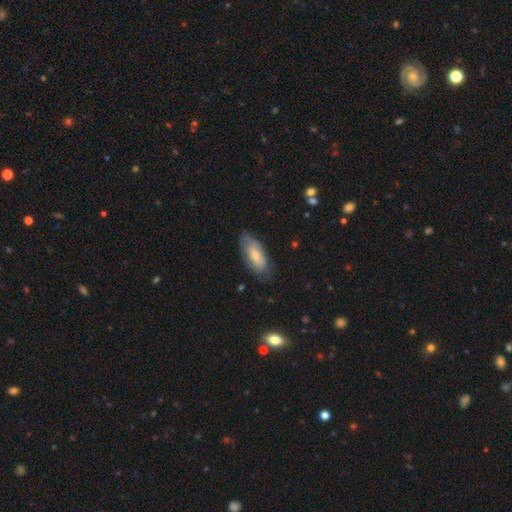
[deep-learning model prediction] Q: Smooth or featured?
A: smooth (71%); runner-up: featured or disk (23%)
Q: How rounded?
A: in between (86%); runner-up: cigar-shaped (12%)
Q: Merging?
A: none (73%); runner-up: minor disturbance (20%)